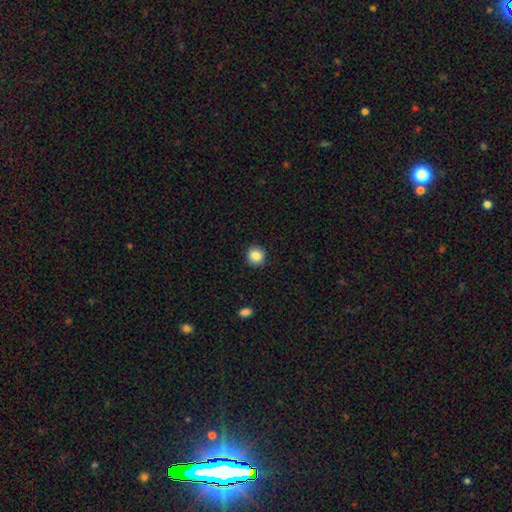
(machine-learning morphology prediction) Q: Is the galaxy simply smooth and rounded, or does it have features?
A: smooth — 86%.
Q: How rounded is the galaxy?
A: round — 93%.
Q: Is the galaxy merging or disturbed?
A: none — 92%.